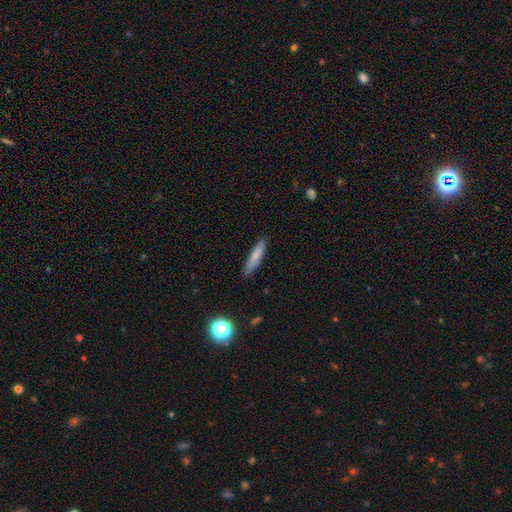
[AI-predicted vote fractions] Smooth or featured? smooth (79%)
How rounded? cigar-shaped (83%)
Merging? none (87%)